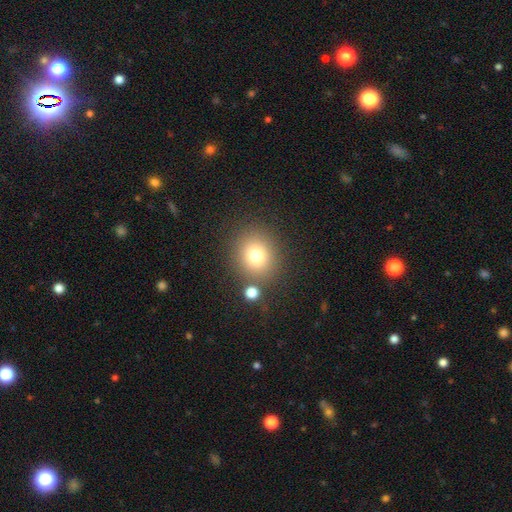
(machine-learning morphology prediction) This is likely a smooth galaxy (76%). How rounded: likely round (77%). Merging: likely none (79%).